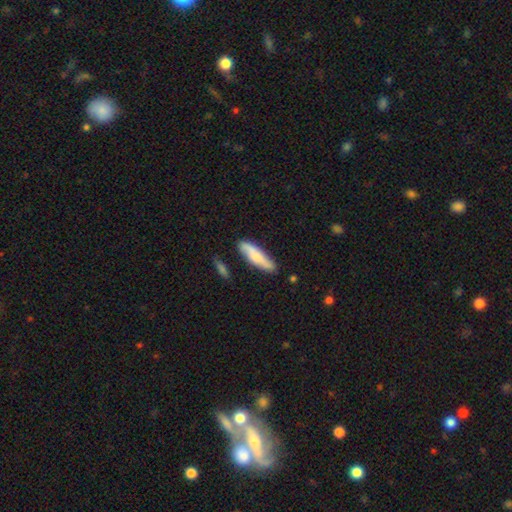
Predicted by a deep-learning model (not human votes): A smooth galaxy with no disk features (65%) that is cigar-shaped (67%).

Vote fractions:
- Smooth or featured? smooth: 65% / featured or disk: 30% / star or artifact: 6%
- How rounded? cigar-shaped: 67% / in between: 31% / round: 2%
- Merging? none: 77% / minor disturbance: 17% / merger: 3% / major disturbance: 3%